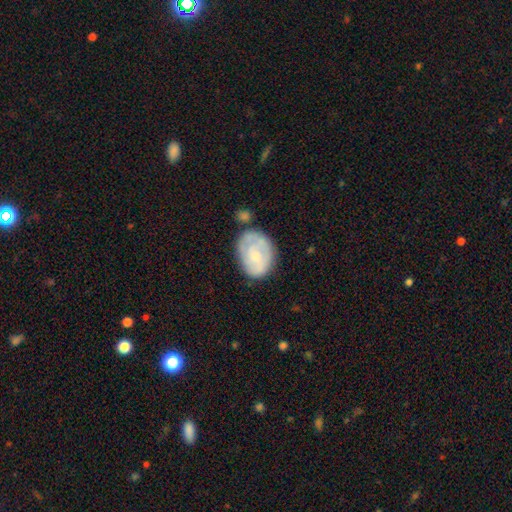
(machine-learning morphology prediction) The model was most divided on "smooth or featured": smooth: 49%, featured or disk: 45%, star or artifact: 6%. More confident: merging — none (60%).